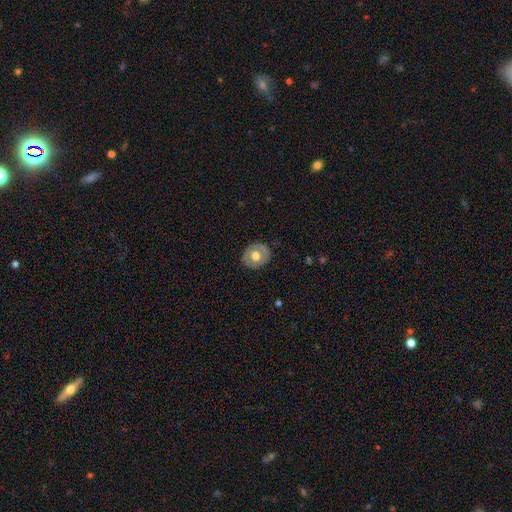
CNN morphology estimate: A smooth galaxy with no disk features (52%) that is round (79%).

Vote fractions:
- Smooth or featured? smooth: 52% / featured or disk: 41% / star or artifact: 7%
- How rounded? round: 79% / in between: 20% / cigar-shaped: 1%
- Merging? none: 84% / minor disturbance: 12% / major disturbance: 3% / merger: 1%